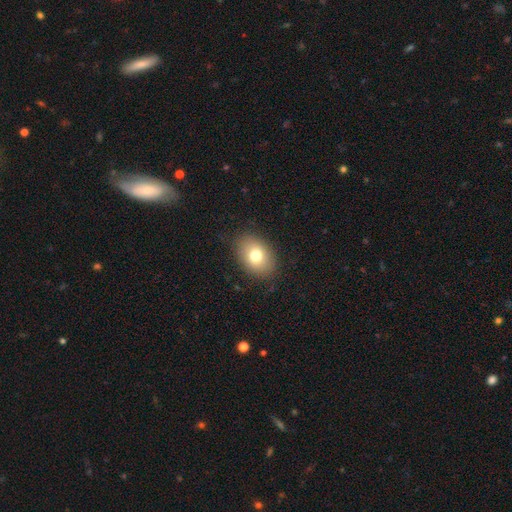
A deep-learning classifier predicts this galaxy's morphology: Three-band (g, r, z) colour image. It shows a smooth galaxy with no disk features (76%) that is in between round and cigar-shaped (75%). Merging: none (85%).